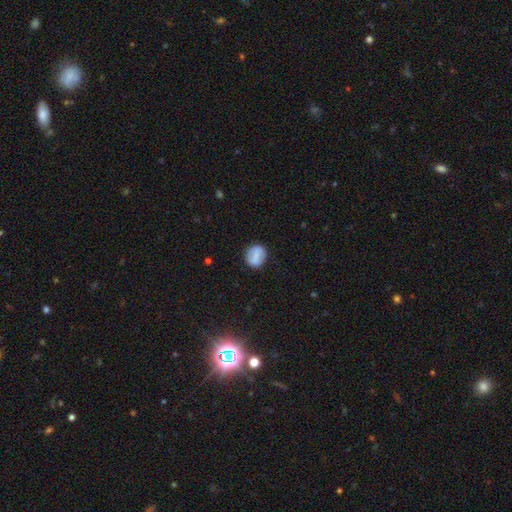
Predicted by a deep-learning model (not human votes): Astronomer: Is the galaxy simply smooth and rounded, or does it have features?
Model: smooth — 70%.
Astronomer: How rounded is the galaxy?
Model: round — 65%.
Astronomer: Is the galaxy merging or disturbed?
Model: none — 84%.